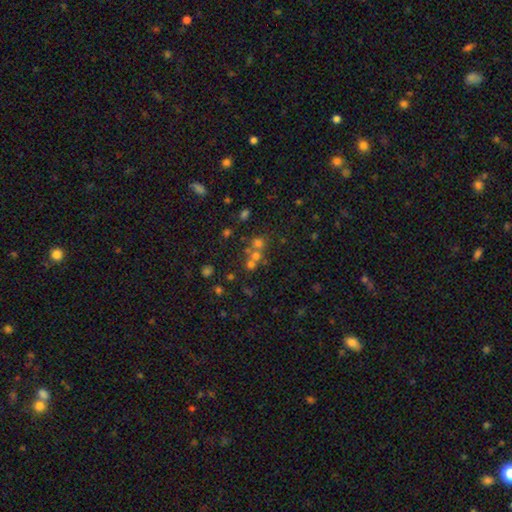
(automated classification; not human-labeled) This appears to be a smooth galaxy with no disk features (53%) that is round (83%). Merging: none (45%).